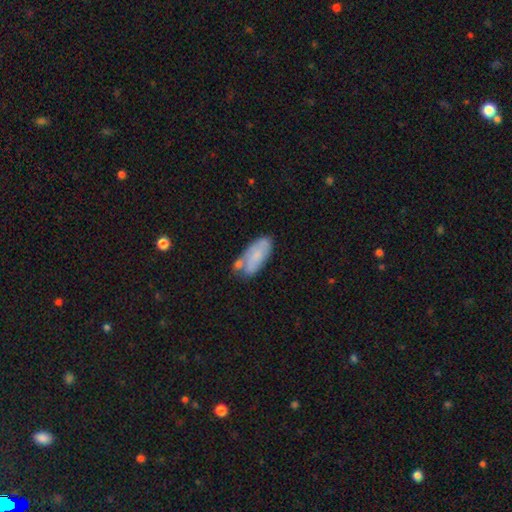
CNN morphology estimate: A smooth galaxy with no disk features (66%) that is in between round and cigar-shaped (83%). Merging: none (48%).